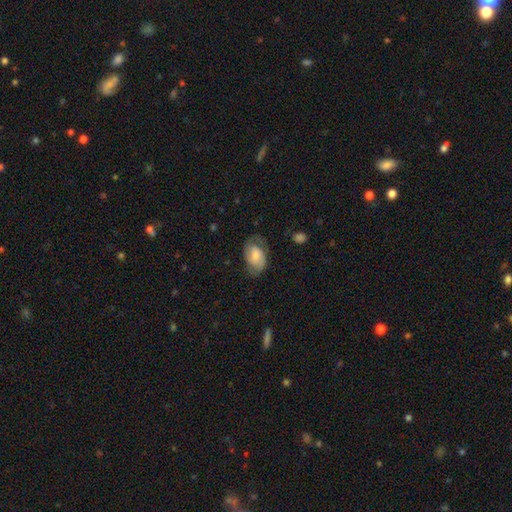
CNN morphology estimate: A smooth galaxy with no disk features (54%) that is in between round and cigar-shaped (90%).

Vote fractions:
- Smooth or featured? smooth: 54% / featured or disk: 39% / star or artifact: 7%
- How rounded? in between: 90% / round: 9% / cigar-shaped: 1%
- Merging? none: 57% / minor disturbance: 27% / major disturbance: 14% / merger: 1%